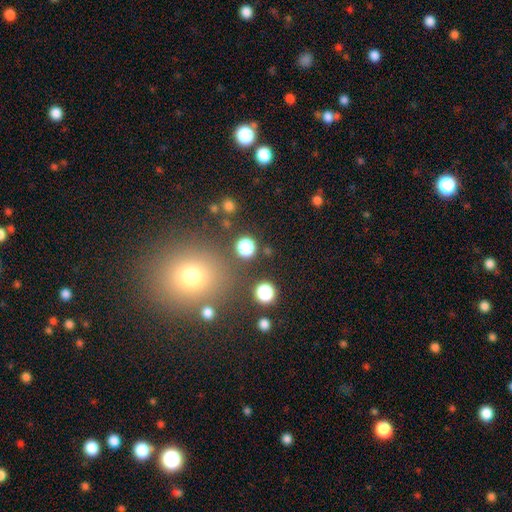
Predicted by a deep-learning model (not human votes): This appears to be a smooth galaxy with no disk features (57%) that is round (80%). Merging: none (84%).